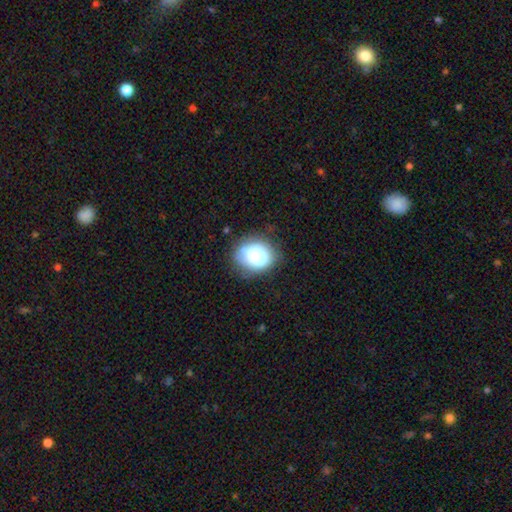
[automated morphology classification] smooth 65%, featured or disk 25%, star or artifact 10%. Down the decision tree: how rounded — round (52%); merging — none (58%).